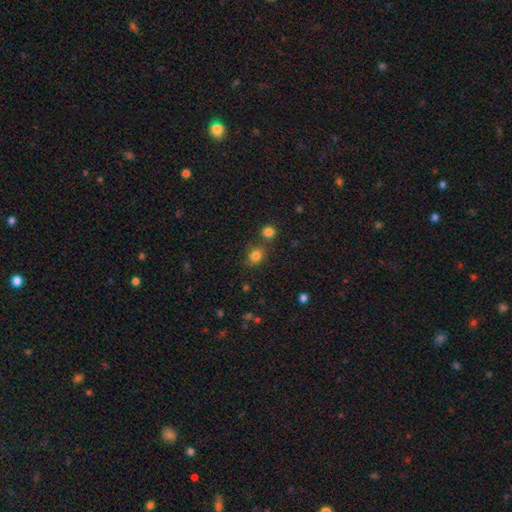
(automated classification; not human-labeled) Morphology: type=smooth (82%); roundness=round (69%); merging=none (66%).